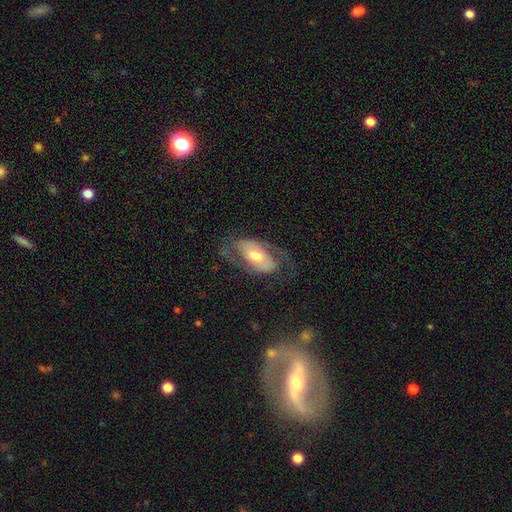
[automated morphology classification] featured or disk 71%, smooth 22%, star or artifact 6%. Down the decision tree: edge-on disk — no (93%); bar — no (47%); spiral arms — yes (81%); spiral arm count — 2 (83%); spiral winding — medium (46%); bulge size — moderate (70%); merging — none (63%).